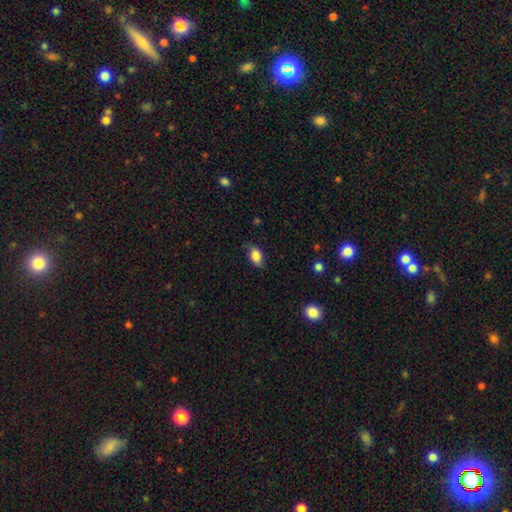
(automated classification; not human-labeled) The model was most divided on "merging": none: 68%, minor disturbance: 24%, major disturbance: 7%, merger: 1%. More confident: how rounded — in between (84%); smooth or featured — smooth (74%).